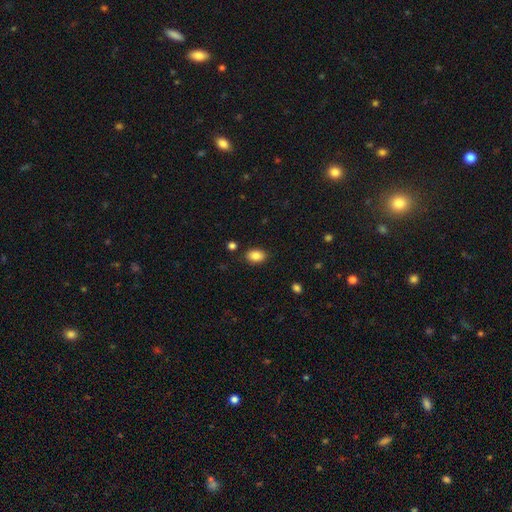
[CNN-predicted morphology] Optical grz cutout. It shows a smooth galaxy with no disk features (86%) that is in between round and cigar-shaped (83%). Merging: none (85%).